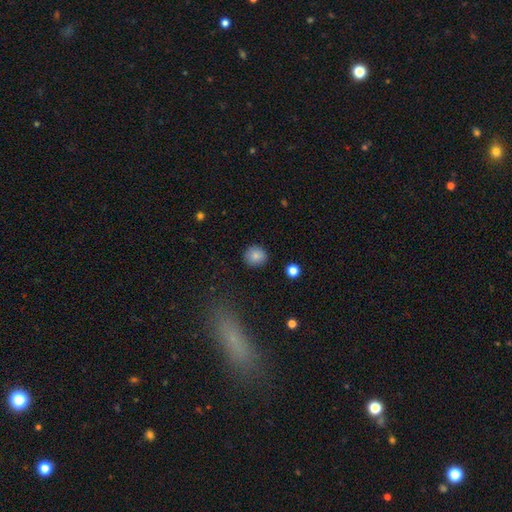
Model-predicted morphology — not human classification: Smooth or featured? smooth (85%)
How rounded? round (87%)
Merging? none (89%)